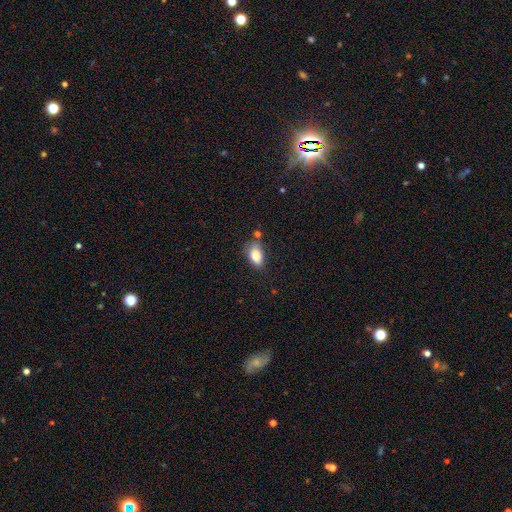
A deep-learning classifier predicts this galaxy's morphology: Q: Smooth or featured?
A: smooth (80%); runner-up: featured or disk (11%)
Q: How rounded?
A: in between (90%); runner-up: round (8%)
Q: Merging?
A: none (65%); runner-up: minor disturbance (21%)